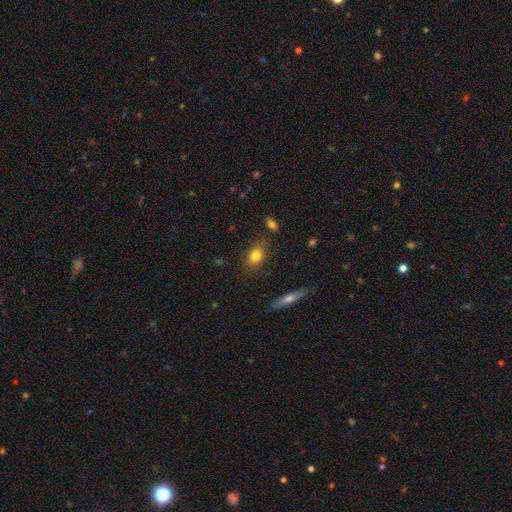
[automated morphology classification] smooth-or-featured: smooth: 80% | featured or disk: 11% | star or artifact: 9%
  how-rounded: in between: 69% | round: 27% | cigar-shaped: 5%
  merging: none: 81% | minor disturbance: 13% | major disturbance: 3% | merger: 3%